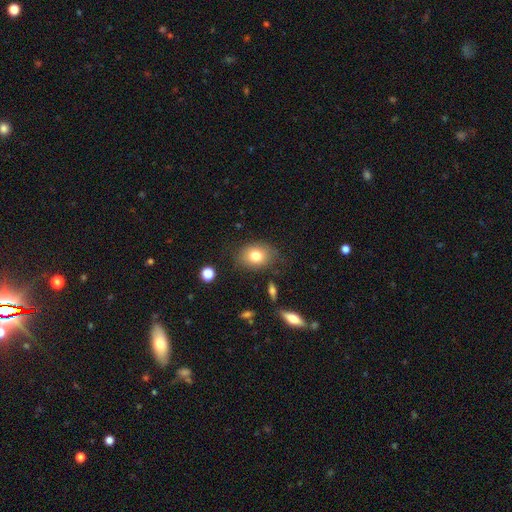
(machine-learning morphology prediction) This is likely a smooth galaxy (79%). How rounded: likely in between (61%). Merging: likely none (77%).